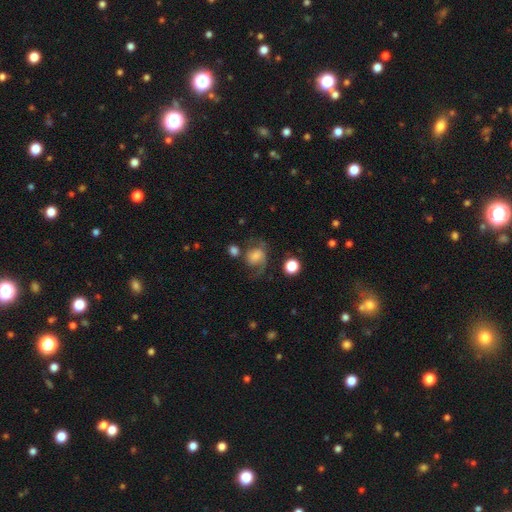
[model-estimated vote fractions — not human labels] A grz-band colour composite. It shows a featured or disk galaxy (49%). Merging: none (45%).